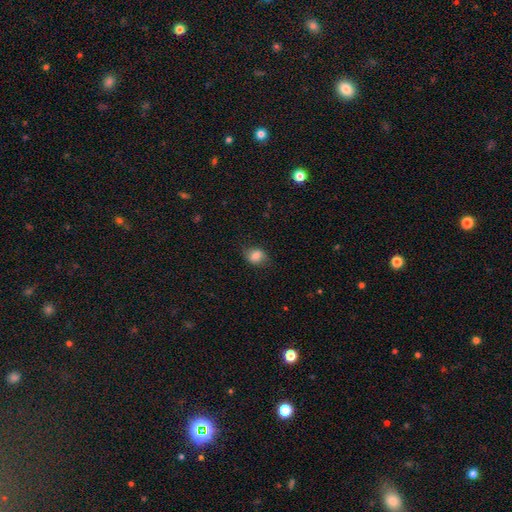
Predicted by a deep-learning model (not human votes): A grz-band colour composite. It shows a smooth galaxy with no disk features (81%) that is round (52%). Merging: none (74%).